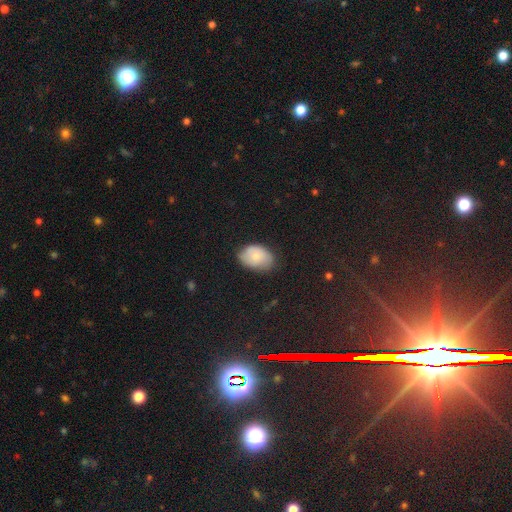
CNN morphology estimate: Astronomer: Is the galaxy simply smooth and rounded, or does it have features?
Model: smooth — 77%.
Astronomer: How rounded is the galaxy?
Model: in between — 83%.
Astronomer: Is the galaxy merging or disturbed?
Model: none — 68%.